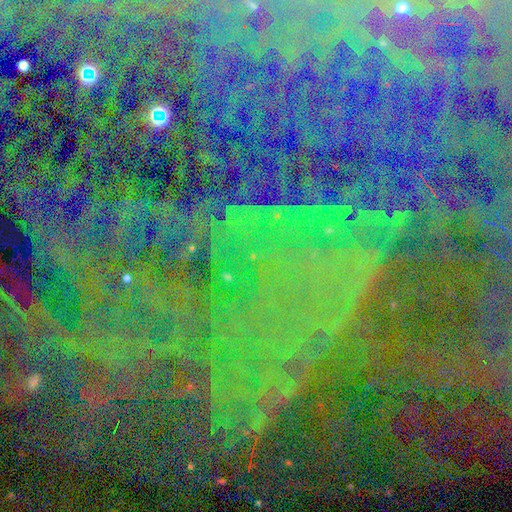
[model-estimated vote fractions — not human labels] Q: Smooth or featured?
A: star or artifact (86%); runner-up: featured or disk (7%)